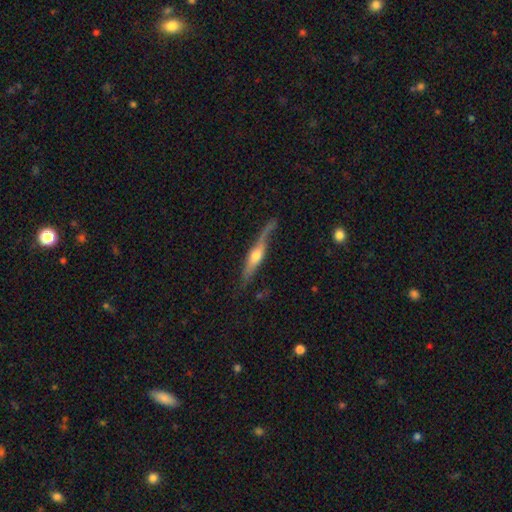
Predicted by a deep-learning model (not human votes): featured or disk 61%, smooth 33%, star or artifact 6%. Down the decision tree: edge-on disk — yes (85%); edge-on bulge — rounded (86%); merging — none (54%).